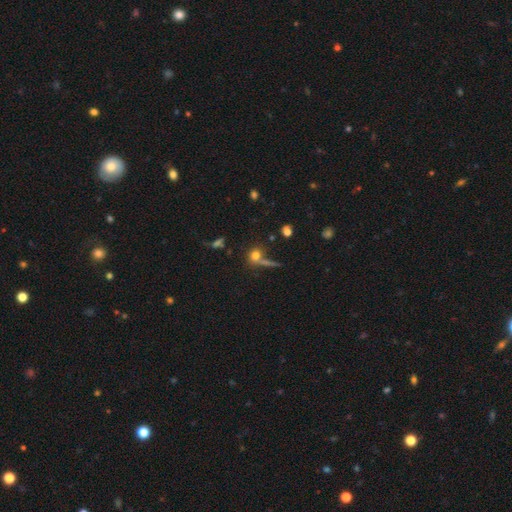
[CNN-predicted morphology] This appears to be a smooth galaxy with no disk features (71%) that is round (77%). Merging: none (61%).